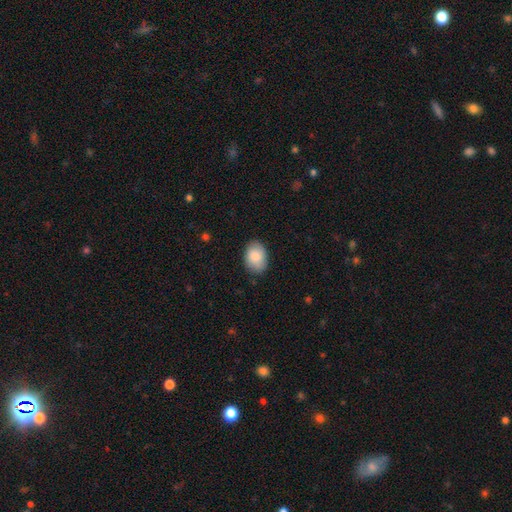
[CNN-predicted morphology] Smooth or featured: smooth — 85% (featured or disk — 9%)
How rounded: in between — 81% (round — 18%)
Merging: none — 84% (minor disturbance — 13%)